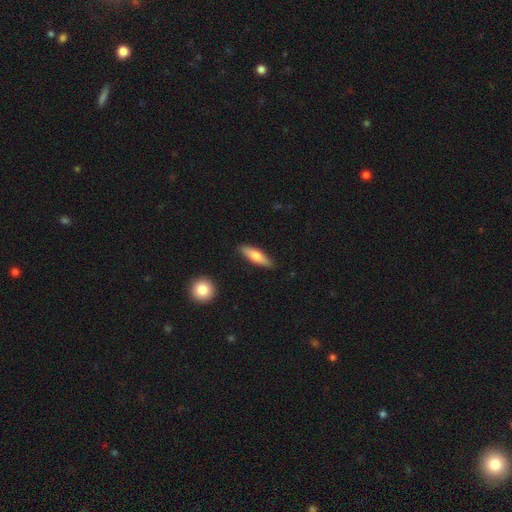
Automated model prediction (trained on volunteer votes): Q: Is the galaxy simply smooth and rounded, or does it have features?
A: smooth — 70%.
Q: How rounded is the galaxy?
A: cigar-shaped — 57%.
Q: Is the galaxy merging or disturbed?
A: none — 86%.